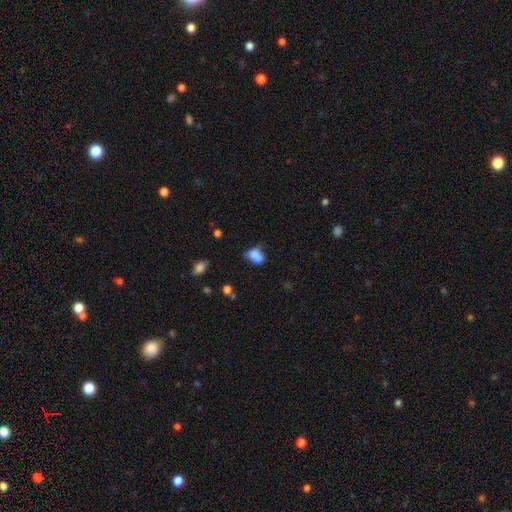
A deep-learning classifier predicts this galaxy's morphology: Smooth or featured? Predicted: smooth (p=0.80). How rounded? Predicted: in between (p=0.84). Merging? Predicted: none (p=0.41).